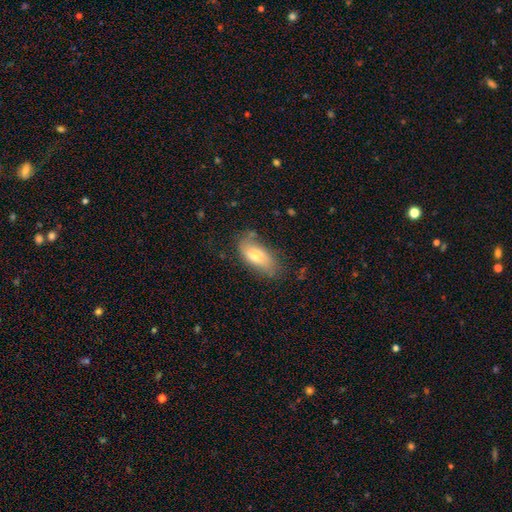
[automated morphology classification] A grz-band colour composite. It shows a smooth galaxy with no disk features (69%) that is in between round and cigar-shaped (88%). Merging: none (62%).